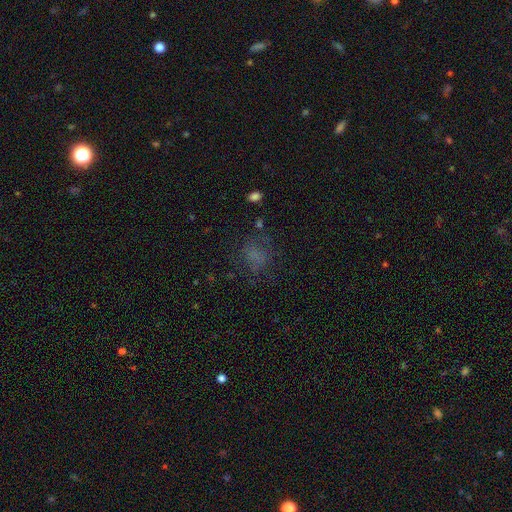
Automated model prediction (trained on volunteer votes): Smooth or featured: smooth — 58% (star or artifact — 24%)
How rounded: round — 57% (in between — 41%)
Merging: none — 63% (minor disturbance — 18%)